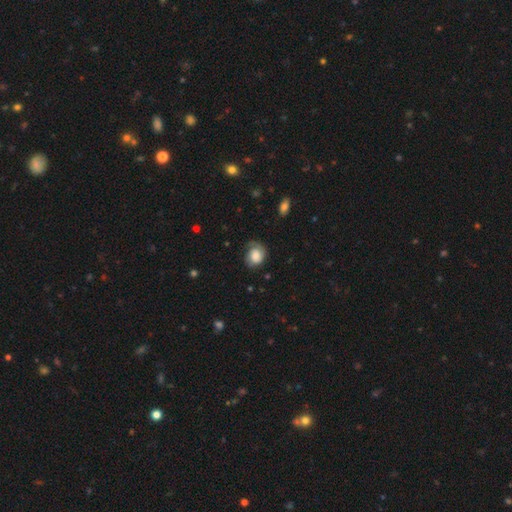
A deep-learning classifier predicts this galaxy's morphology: smooth 56%, featured or disk 36%, star or artifact 8%. Down the decision tree: how rounded — round (60%); merging — none (58%).